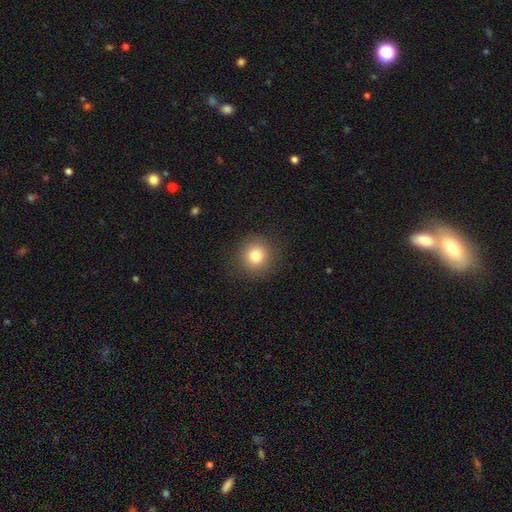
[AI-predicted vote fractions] A smooth galaxy with no disk features (80%) that is round (92%).

Vote fractions:
- Smooth or featured? smooth: 80% / star or artifact: 12% / featured or disk: 8%
- How rounded? round: 92% / in between: 7% / cigar-shaped: 1%
- Merging? none: 90% / minor disturbance: 6% / major disturbance: 3% / merger: 1%